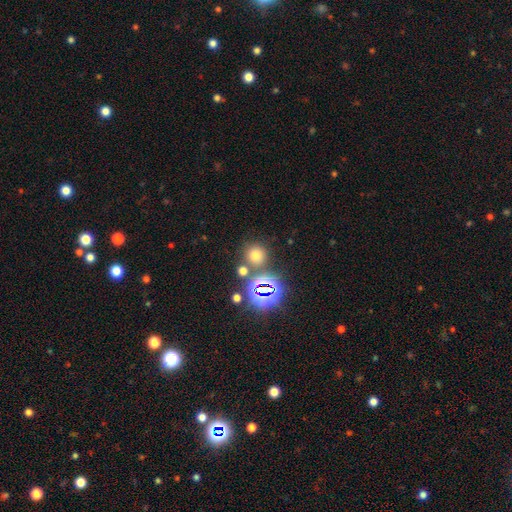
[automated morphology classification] The model was most divided on "smooth or featured": smooth: 63%, star or artifact: 29%, featured or disk: 8%. More confident: how rounded — round (90%); merging — none (75%).